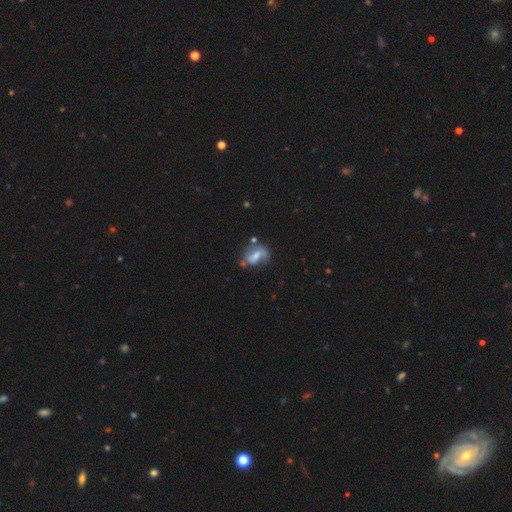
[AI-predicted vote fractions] smooth_or_featured: featured or disk (p=0.62) [alt: smooth p=0.29]
disk_edge_on: no (p=0.96) [alt: yes p=0.04]
bar: weak (p=0.44) [alt: no p=0.31]
has_spiral_arms: yes (p=0.79) [alt: no p=0.21]
bulge_size: moderate (p=0.42) [alt: small p=0.36]
merging: none (p=0.49) [alt: minor disturbance p=0.24]